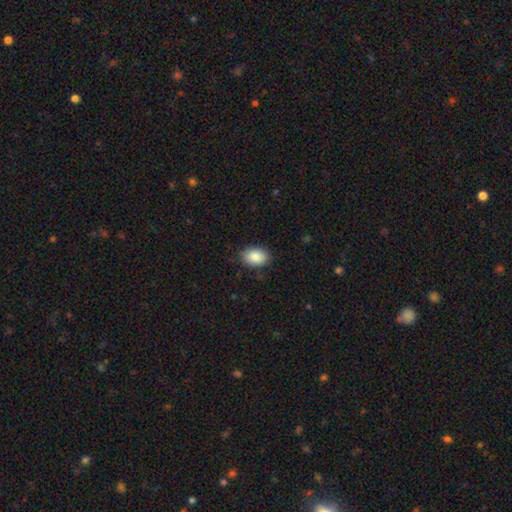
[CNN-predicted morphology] smooth-or-featured: smooth: 89% | star or artifact: 7% | featured or disk: 4%
  how-rounded: in between: 83% | round: 16% | cigar-shaped: 1%
  merging: none: 84% | minor disturbance: 12% | major disturbance: 3% | merger: 1%